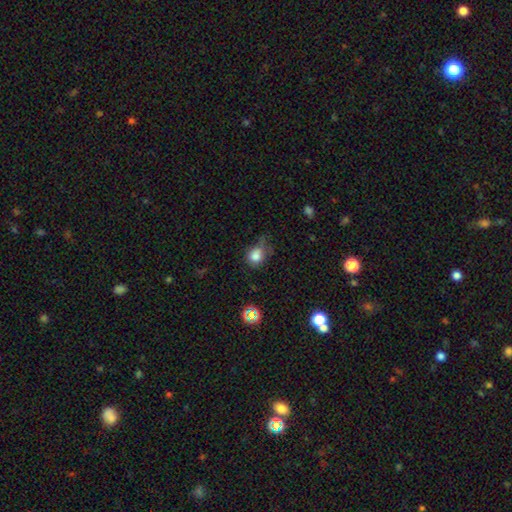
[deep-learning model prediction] This appears to be a smooth galaxy with no disk features (79%) that is round (68%). Merging: none (43%).